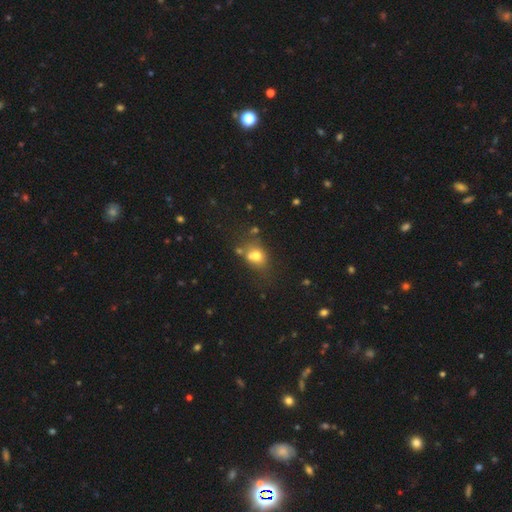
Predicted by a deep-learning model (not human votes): smooth 69%, featured or disk 17%, star or artifact 14%. Down the decision tree: how rounded — round (52%); merging — none (43%).